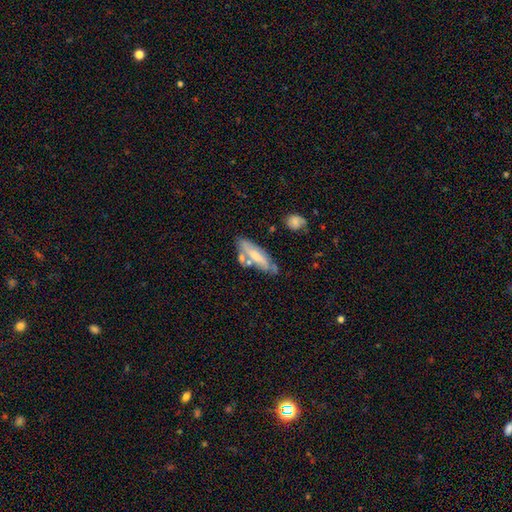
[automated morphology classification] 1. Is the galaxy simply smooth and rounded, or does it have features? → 57% smooth, 36% featured or disk, 7% star or artifact.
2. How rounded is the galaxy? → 53% cigar-shaped, 45% in between, 2% round.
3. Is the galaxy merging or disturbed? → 59% none, 20% minor disturbance, 14% merger, 6% major disturbance.